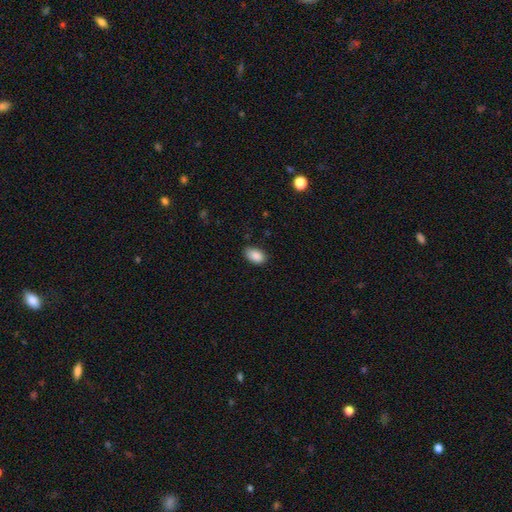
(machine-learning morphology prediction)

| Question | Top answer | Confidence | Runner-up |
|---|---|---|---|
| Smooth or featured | smooth | 89% | star or artifact (7%) |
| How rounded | in between | 91% | round (8%) |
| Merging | none | 81% | minor disturbance (16%) |